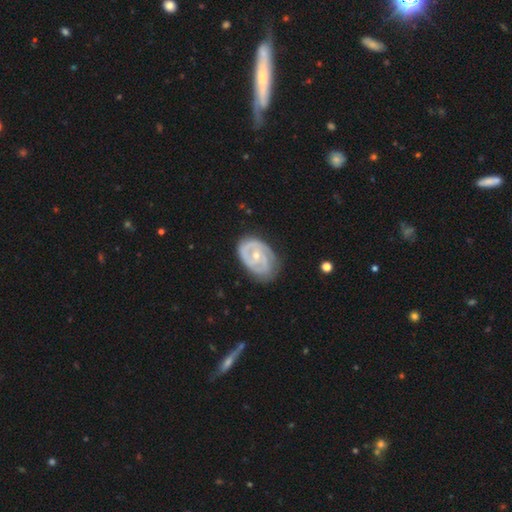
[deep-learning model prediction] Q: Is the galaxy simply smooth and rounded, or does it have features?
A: featured or disk — 83%.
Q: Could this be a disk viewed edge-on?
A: no — 97%.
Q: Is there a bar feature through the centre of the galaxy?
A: no — 58%.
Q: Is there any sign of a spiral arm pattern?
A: yes — 91%.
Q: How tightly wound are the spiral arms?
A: tight — 61%.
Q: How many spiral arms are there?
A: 2 — 54%.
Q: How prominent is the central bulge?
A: small — 55%.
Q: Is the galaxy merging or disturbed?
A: none — 63%.